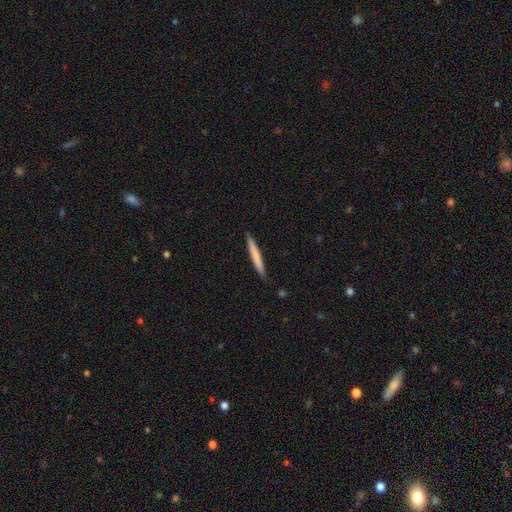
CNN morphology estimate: smooth_or_featured: smooth (p=0.70) [alt: featured or disk p=0.25]
how_rounded: cigar-shaped (p=0.96) [alt: in between p=0.02]
merging: none (p=0.90) [alt: minor disturbance p=0.07]